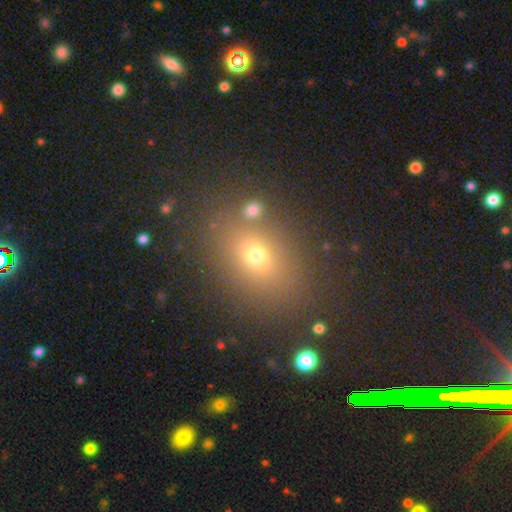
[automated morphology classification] Smooth or featured?
  - smooth: 64% *
  - star or artifact: 23%
  - featured or disk: 13%
How rounded?
  - in between: 60% *
  - round: 38%
  - cigar-shaped: 2%
Merging?
  - none: 80% *
  - minor disturbance: 9%
  - merger: 7%
  - major disturbance: 4%